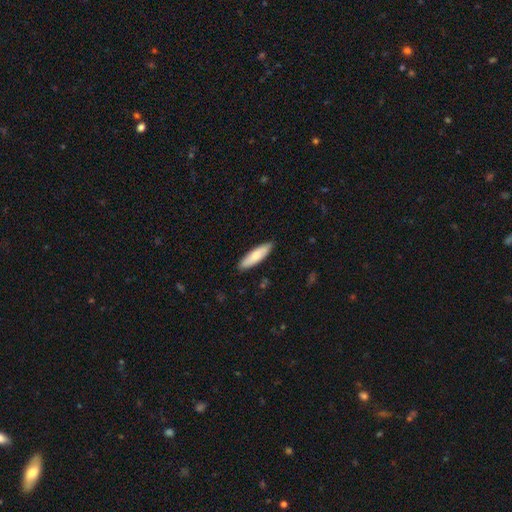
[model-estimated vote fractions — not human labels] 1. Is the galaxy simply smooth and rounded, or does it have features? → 76% smooth, 18% featured or disk, 5% star or artifact.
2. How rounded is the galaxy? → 60% cigar-shaped, 38% in between, 2% round.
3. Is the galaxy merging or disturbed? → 88% none, 9% minor disturbance, 2% major disturbance, 1% merger.